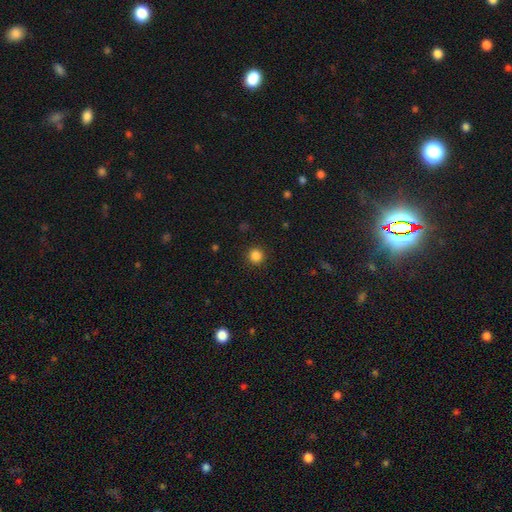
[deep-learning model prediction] Morphology: type=smooth (85%); roundness=round (92%); merging=none (91%).